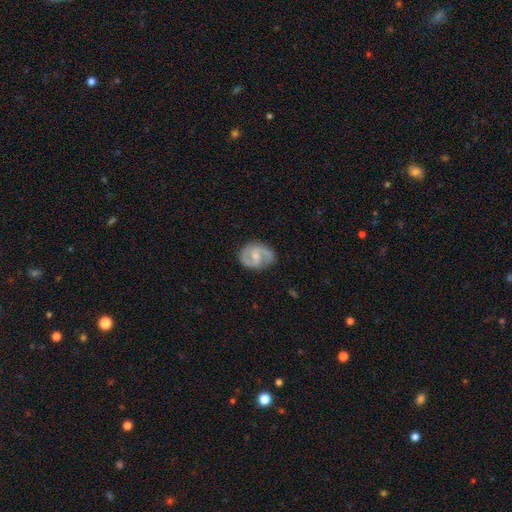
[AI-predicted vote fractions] A featured or disk galaxy (81%) with a weak bar (51%), 2 (89%) medium (55%) spiral arms (94%) and a moderate central bulge (48%).

Vote fractions:
- Smooth or featured? featured or disk: 81% / smooth: 14% / star or artifact: 5%
- Edge-on disk? no: 98% / yes: 2%
- Bar? weak: 51% / no: 36% / strong: 14%
- Spiral arms? yes: 94% / no: 6%
- Spiral winding? medium: 55% / tight: 29% / loose: 16%
- Spiral arm count? 2: 89% / can't tell: 5% / 1: 3% / 3: 1% / 4: 1% / more than 4: 1%
- Bulge size? moderate: 48% / small: 44% / none: 5% / large: 2% / dominant: 1%
- Merging? none: 78% / minor disturbance: 16% / major disturbance: 4% / merger: 1%